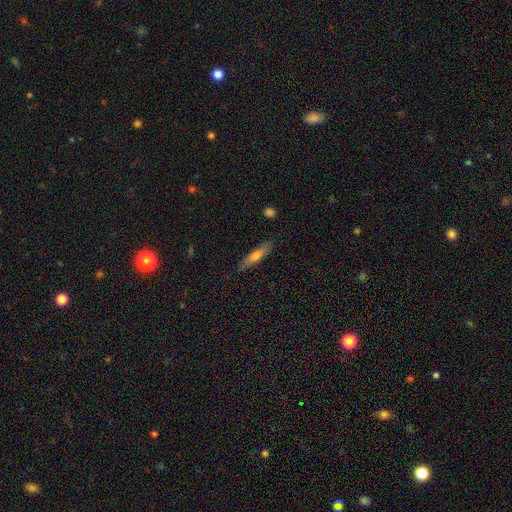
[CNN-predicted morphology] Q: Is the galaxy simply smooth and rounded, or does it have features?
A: smooth — 63%.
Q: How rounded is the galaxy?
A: cigar-shaped — 83%.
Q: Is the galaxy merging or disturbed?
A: none — 84%.